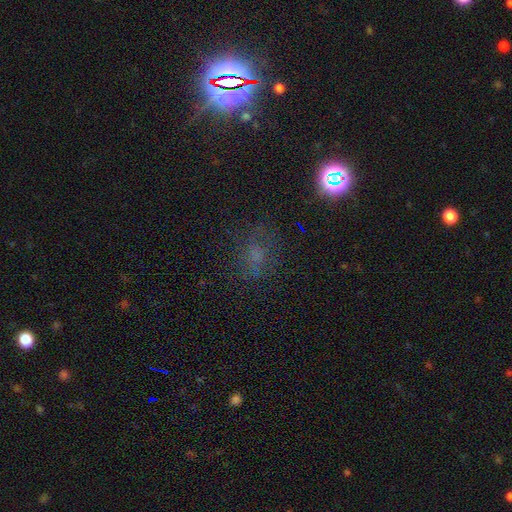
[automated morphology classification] smooth 45%, star or artifact 39%, featured or disk 16%. Down the decision tree: merging — none (70%).